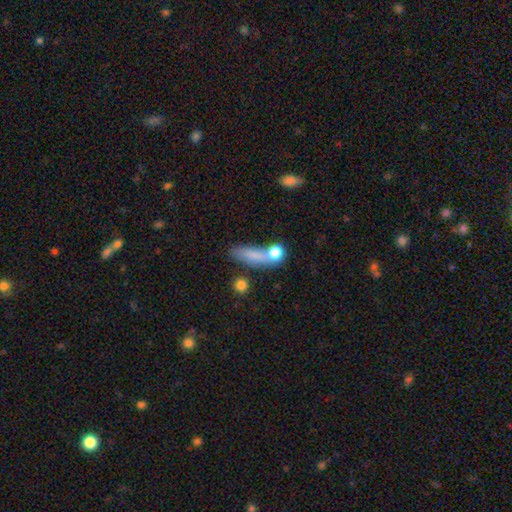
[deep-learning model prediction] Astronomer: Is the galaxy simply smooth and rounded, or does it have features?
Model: smooth — 73%.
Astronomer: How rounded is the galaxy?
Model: cigar-shaped — 49% (runner-up: in between, 37%).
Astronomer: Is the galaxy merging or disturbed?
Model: none — 50%.